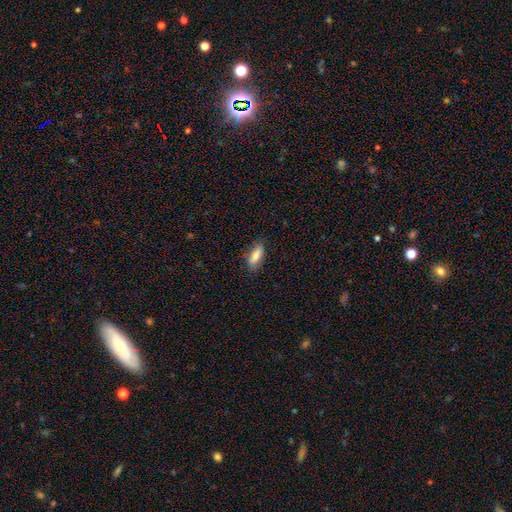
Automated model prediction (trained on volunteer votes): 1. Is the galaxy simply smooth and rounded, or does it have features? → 75% smooth, 19% featured or disk, 7% star or artifact.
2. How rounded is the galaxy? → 66% in between, 31% cigar-shaped, 3% round.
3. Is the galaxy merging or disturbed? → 82% none, 14% minor disturbance, 3% major disturbance, 1% merger.